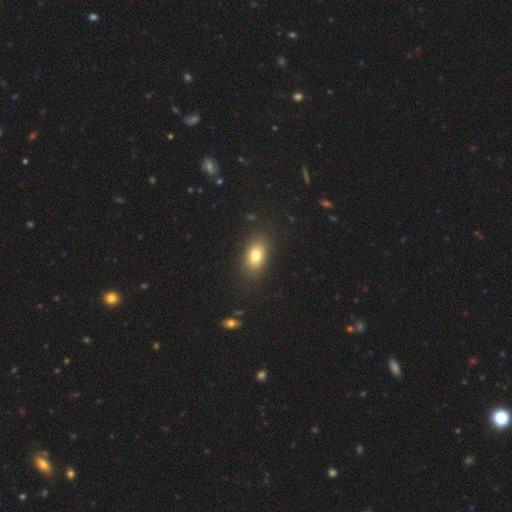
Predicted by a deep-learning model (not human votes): Morphology: type=smooth (78%); roundness=in between (83%); merging=none (87%).